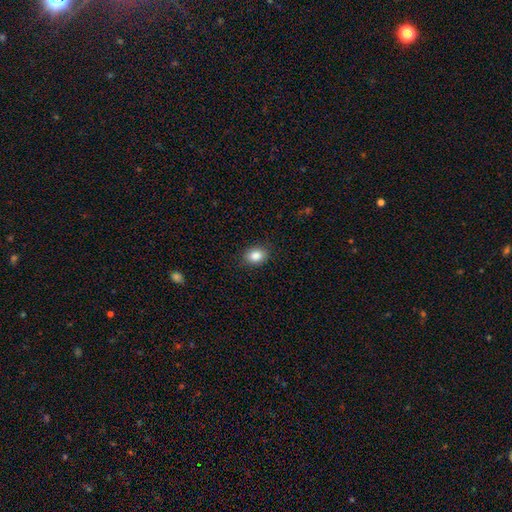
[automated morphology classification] The model was most divided on "how rounded": in between: 65%, round: 34%, cigar-shaped: 1%. More confident: merging — none (88%); smooth or featured — smooth (86%).